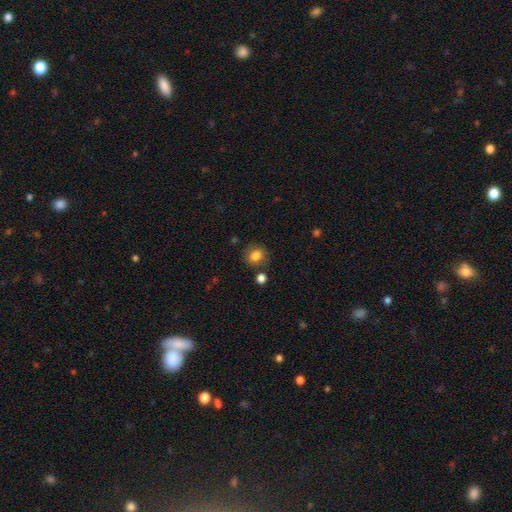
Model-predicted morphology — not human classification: Q: Smooth or featured?
A: smooth (81%); runner-up: star or artifact (10%)
Q: How rounded?
A: round (71%); runner-up: in between (28%)
Q: Merging?
A: none (79%); runner-up: minor disturbance (12%)